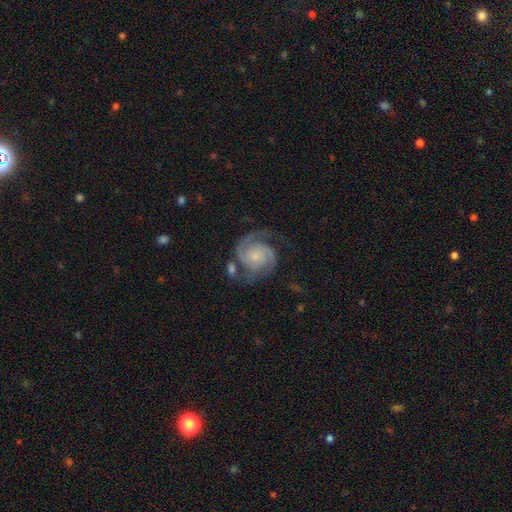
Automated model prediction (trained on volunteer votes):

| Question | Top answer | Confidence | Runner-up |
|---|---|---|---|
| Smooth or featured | featured or disk | 90% | smooth (6%) |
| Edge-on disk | no | 98% | yes (2%) |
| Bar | no | 70% | weak (24%) |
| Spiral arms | yes | 98% | no (2%) |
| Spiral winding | tight | 51% | medium (41%) |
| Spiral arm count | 2 | 83% | 3 (8%) |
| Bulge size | small | 52% | moderate (28%) |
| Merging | none | 69% | minor disturbance (16%) |